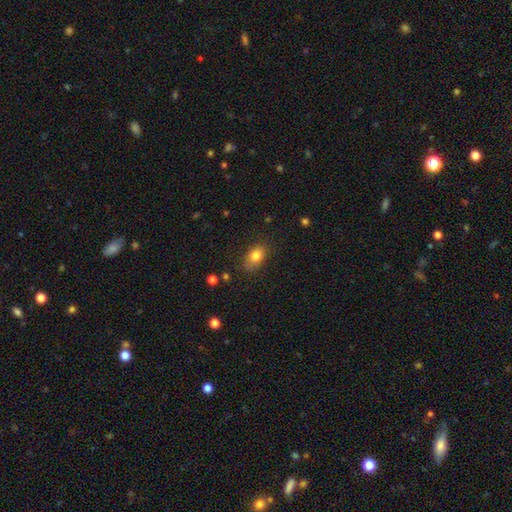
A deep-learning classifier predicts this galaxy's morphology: The model was most divided on "merging": none: 76%, minor disturbance: 18%, major disturbance: 4%, merger: 2%. More confident: how rounded — in between (80%); smooth or featured — smooth (80%).